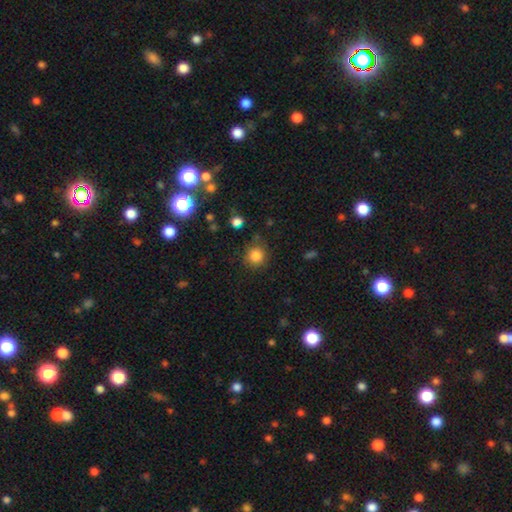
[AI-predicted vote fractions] Q: Smooth or featured?
A: smooth (83%); runner-up: star or artifact (12%)
Q: How rounded?
A: round (90%); runner-up: in between (9%)
Q: Merging?
A: none (82%); runner-up: minor disturbance (11%)